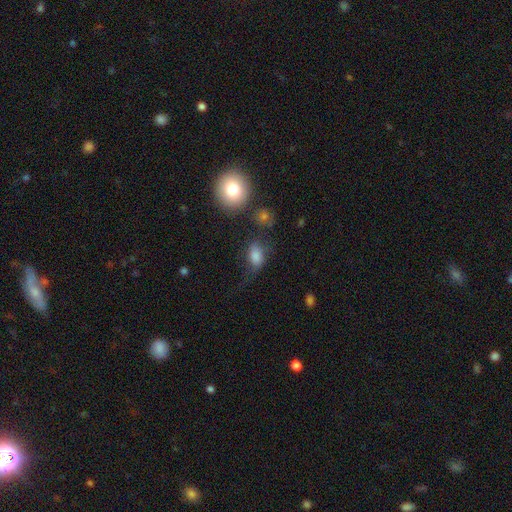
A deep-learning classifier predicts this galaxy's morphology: Smooth or featured? Predicted: smooth (p=0.77). How rounded? Predicted: in between (p=0.77). Merging? Predicted: none (p=0.43).